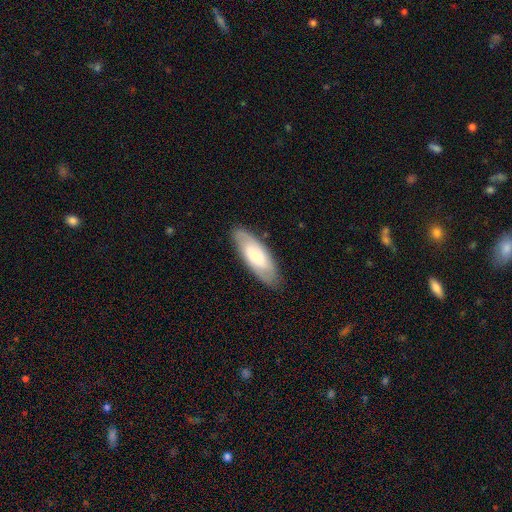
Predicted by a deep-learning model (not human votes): Smooth or featured: smooth — 50% (featured or disk — 44%)
Merging: none — 82% (minor disturbance — 13%)